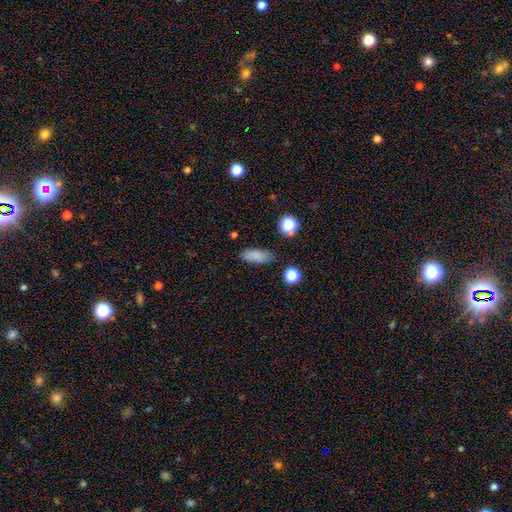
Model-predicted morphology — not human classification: The model was most divided on "merging": none: 78%, minor disturbance: 16%, major disturbance: 4%, merger: 3%. More confident: how rounded — in between (81%); smooth or featured — smooth (80%).